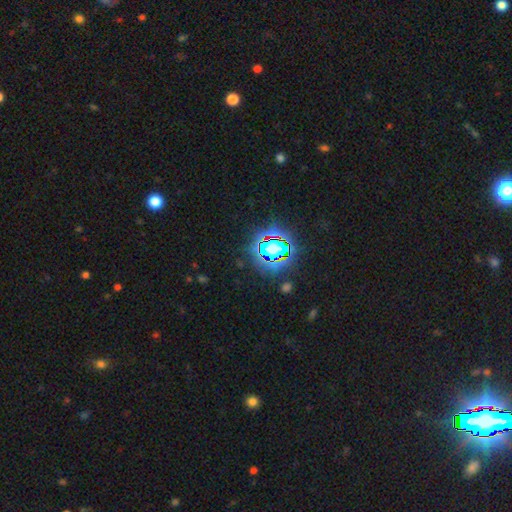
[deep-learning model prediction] Smooth or featured? star or artifact (80%)